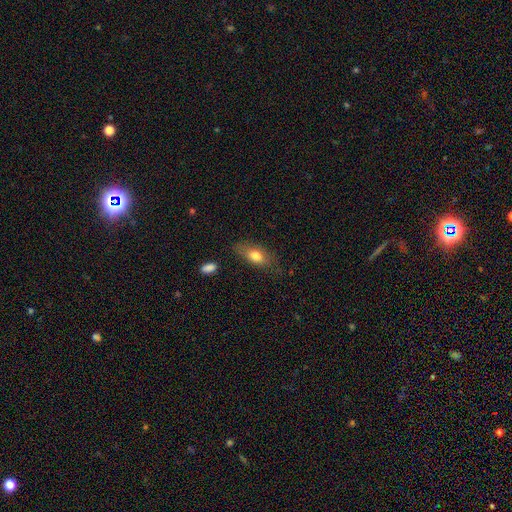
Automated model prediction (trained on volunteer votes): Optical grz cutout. It shows a smooth galaxy with no disk features (75%) that is in between round and cigar-shaped (78%). Merging: none (72%).